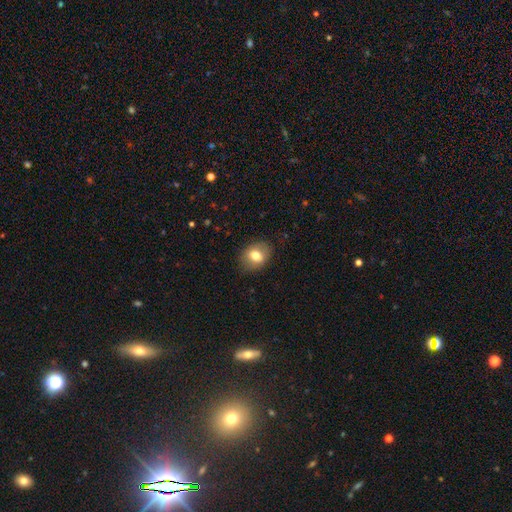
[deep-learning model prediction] Smooth or featured: smooth — 74% (featured or disk — 17%)
How rounded: in between — 60% (round — 39%)
Merging: none — 85% (minor disturbance — 11%)